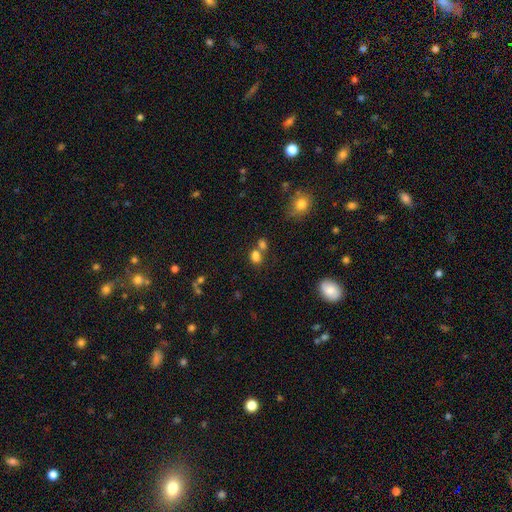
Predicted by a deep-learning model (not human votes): smooth_or_featured: smooth (p=0.77) [alt: star or artifact p=0.15]
how_rounded: in between (p=0.55) [alt: round p=0.44]
merging: merger (p=0.44) [alt: none p=0.43]